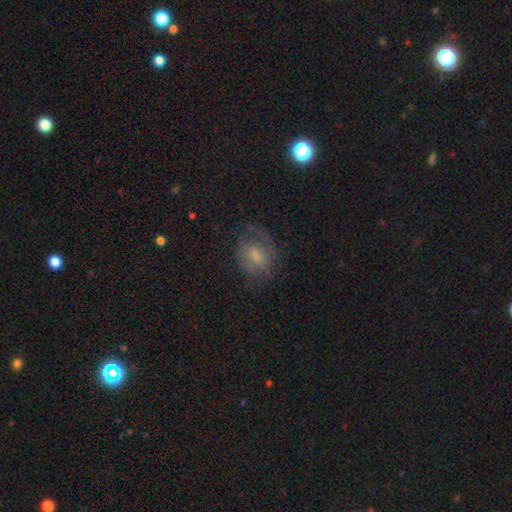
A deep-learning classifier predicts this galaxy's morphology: smooth 49%, featured or disk 40%, star or artifact 11%. Down the decision tree: merging — none (56%).